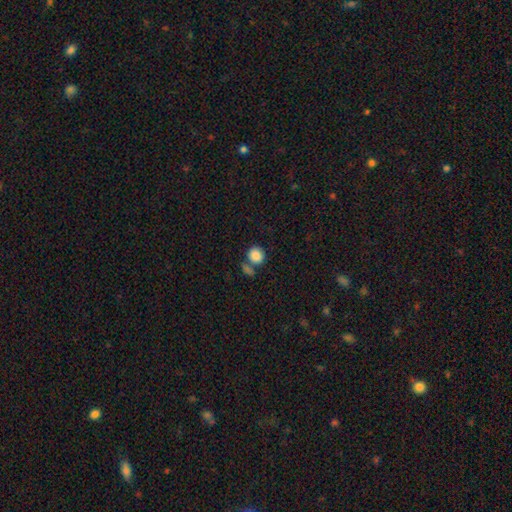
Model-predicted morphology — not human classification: Q: Smooth or featured?
A: smooth (86%); runner-up: star or artifact (8%)
Q: How rounded?
A: round (76%); runner-up: in between (23%)
Q: Merging?
A: none (60%); runner-up: merger (25%)